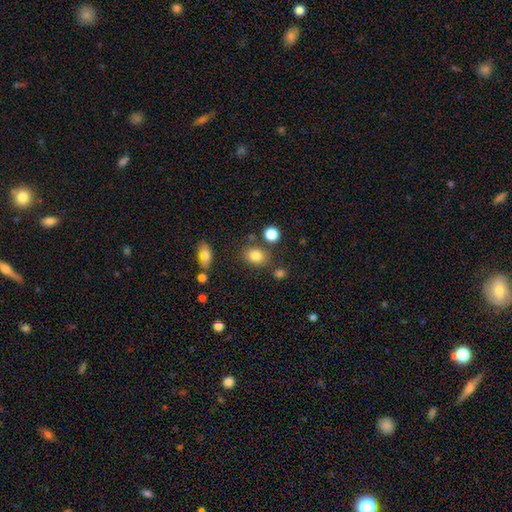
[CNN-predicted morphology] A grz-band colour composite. It shows a smooth galaxy with no disk features (82%) that is in between round and cigar-shaped (54%). Merging: none (72%).